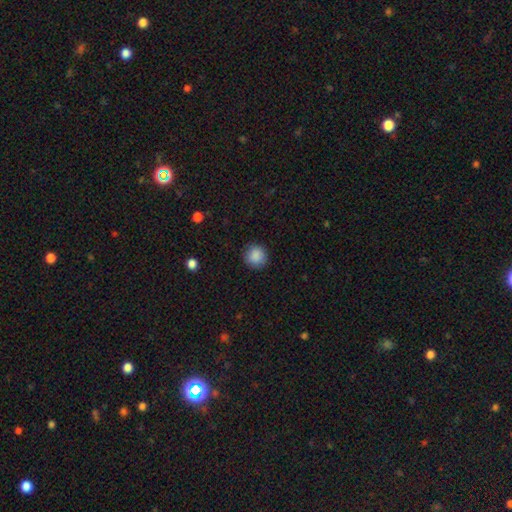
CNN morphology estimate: smooth-or-featured: smooth: 88% | star or artifact: 9% | featured or disk: 3%
  how-rounded: round: 93% | in between: 6% | cigar-shaped: 1%
  merging: none: 90% | minor disturbance: 7% | major disturbance: 2% | merger: 1%